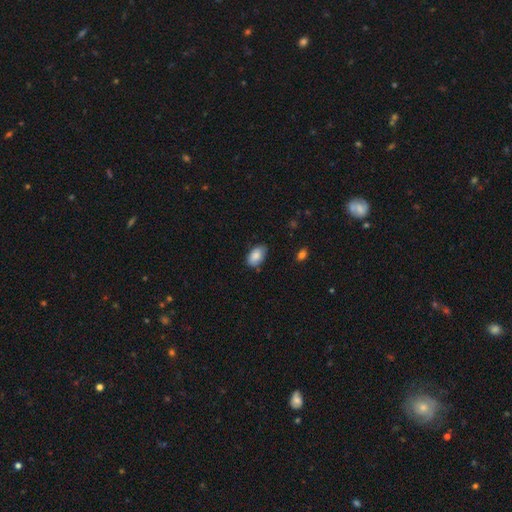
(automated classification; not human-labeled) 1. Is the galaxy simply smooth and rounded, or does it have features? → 85% smooth, 8% featured or disk, 7% star or artifact.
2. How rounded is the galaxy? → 92% in between, 7% round, 1% cigar-shaped.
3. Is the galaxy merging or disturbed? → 73% none, 22% minor disturbance, 3% major disturbance, 2% merger.